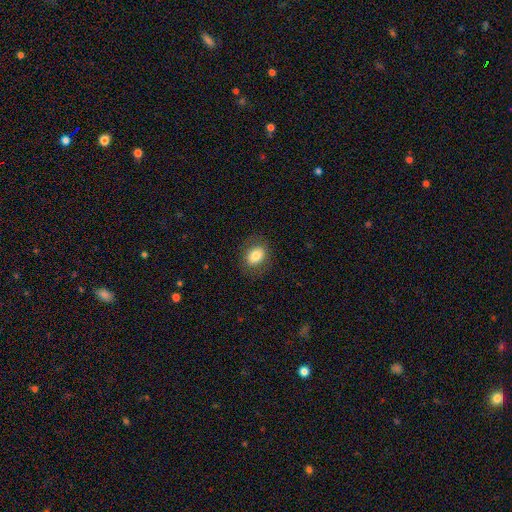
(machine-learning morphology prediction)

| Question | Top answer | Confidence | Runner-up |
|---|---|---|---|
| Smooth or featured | smooth | 80% | featured or disk (11%) |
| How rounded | in between | 64% | round (35%) |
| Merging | none | 84% | minor disturbance (11%) |